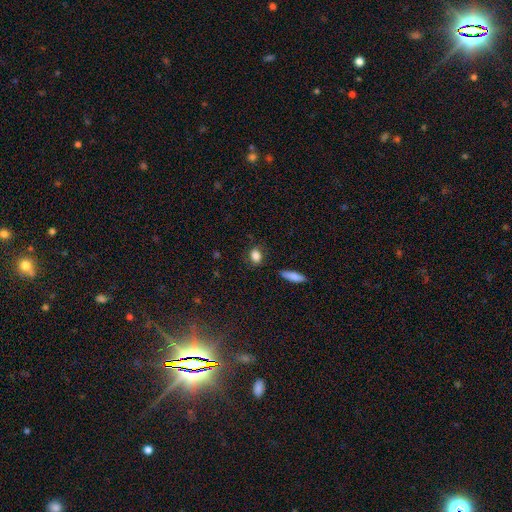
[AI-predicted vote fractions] A smooth galaxy with no disk features (85%) that is in between round and cigar-shaped (65%). Merging: none (80%).